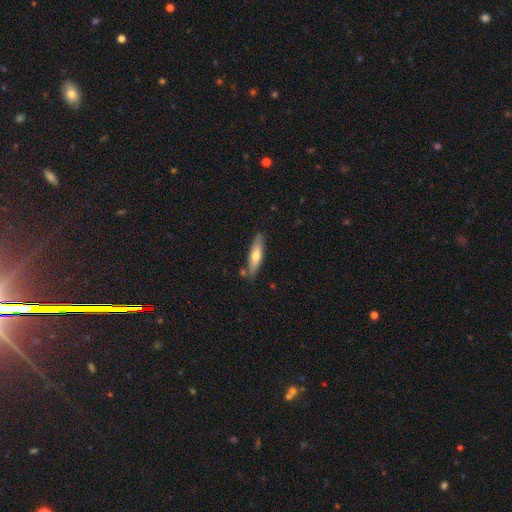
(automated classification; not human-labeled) A smooth galaxy with no disk features (61%) that is cigar-shaped (65%). Merging: none (80%).